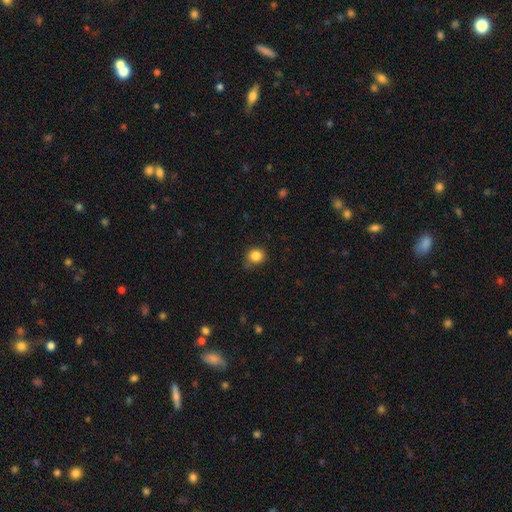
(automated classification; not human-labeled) Smooth or featured? Predicted: smooth (p=0.84). How rounded? Predicted: round (p=0.77). Merging? Predicted: none (p=0.69).